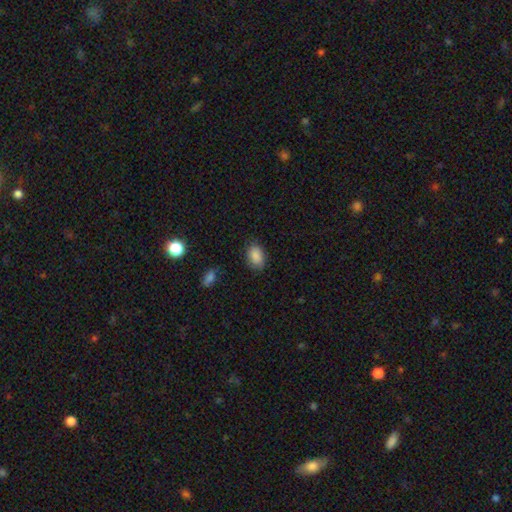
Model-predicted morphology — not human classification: Smooth or featured? Predicted: smooth (p=0.88). How rounded? Predicted: in between (p=0.90). Merging? Predicted: none (p=0.80).